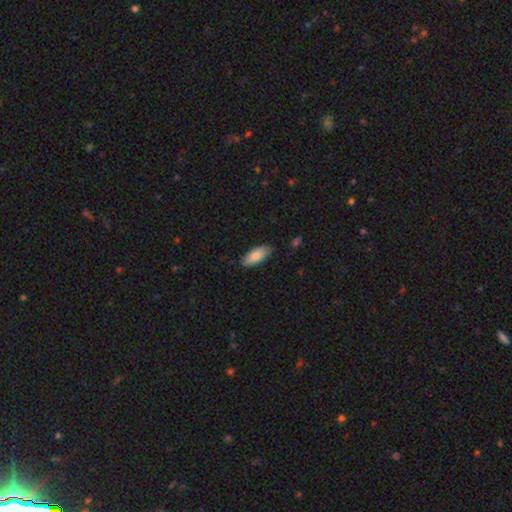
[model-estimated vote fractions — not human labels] Morphology: type=smooth (82%); roundness=in between (86%); merging=none (84%).